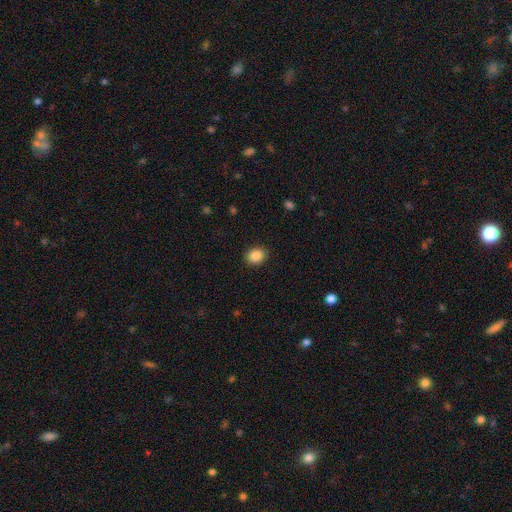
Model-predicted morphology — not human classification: A smooth galaxy with no disk features (87%) that is round (52%).

Vote fractions:
- Smooth or featured? smooth: 87% / star or artifact: 9% / featured or disk: 4%
- How rounded? round: 52% / in between: 47% / cigar-shaped: 1%
- Merging? none: 90% / minor disturbance: 7% / major disturbance: 2% / merger: 1%